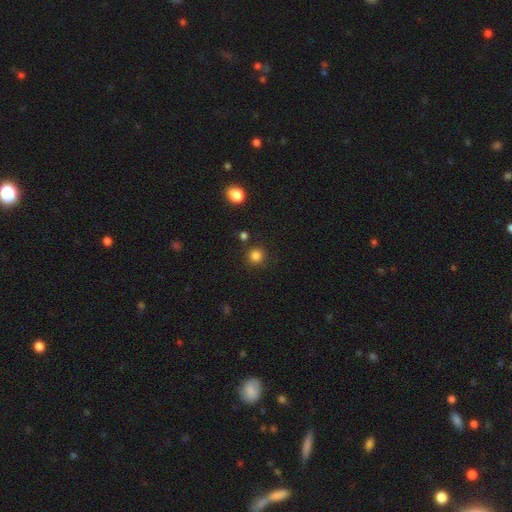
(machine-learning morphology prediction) Smooth or featured: smooth — 83% (star or artifact — 13%)
How rounded: round — 92% (in between — 7%)
Merging: none — 87% (minor disturbance — 7%)